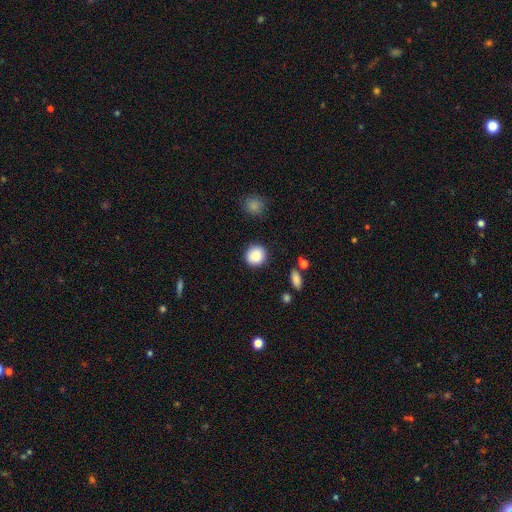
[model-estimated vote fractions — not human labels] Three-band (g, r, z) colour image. It shows a smooth galaxy with no disk features (87%) that is round (90%). Merging: none (89%).